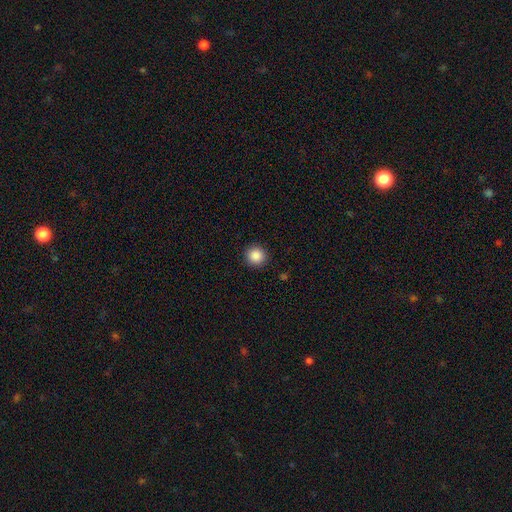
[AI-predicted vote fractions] A smooth galaxy with no disk features (87%) that is round (94%).

Vote fractions:
- Smooth or featured? smooth: 87% / star or artifact: 9% / featured or disk: 3%
- How rounded? round: 94% / in between: 5% / cigar-shaped: 1%
- Merging? none: 92% / minor disturbance: 5% / major disturbance: 2% / merger: 1%